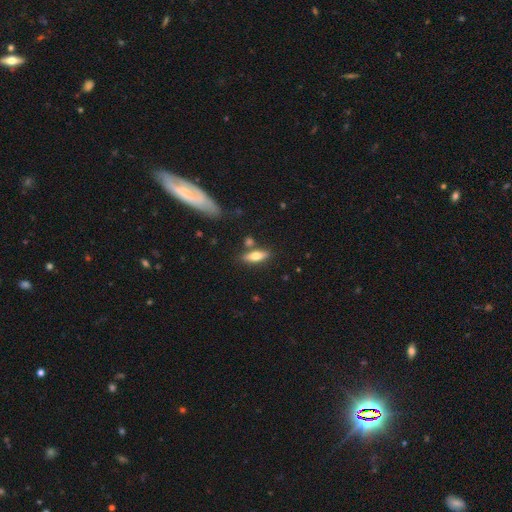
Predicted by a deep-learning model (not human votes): Smooth or featured?
  - smooth: 64% *
  - featured or disk: 29%
  - star or artifact: 7%
How rounded?
  - in between: 62% *
  - cigar-shaped: 34%
  - round: 3%
Merging?
  - none: 75% *
  - minor disturbance: 12%
  - merger: 9%
  - major disturbance: 3%